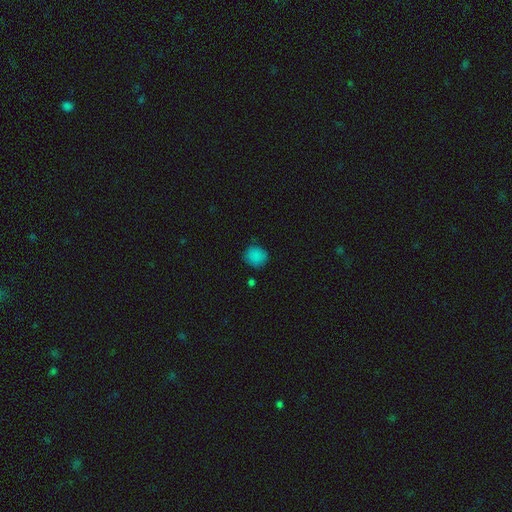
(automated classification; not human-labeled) This is clearly a smooth galaxy (84%). How rounded: clearly round (81%). Merging: likely none (78%).